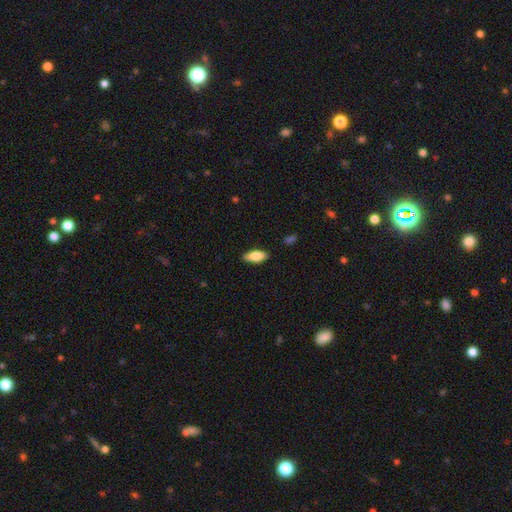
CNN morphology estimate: Q: Smooth or featured?
A: smooth (83%); runner-up: featured or disk (11%)
Q: How rounded?
A: in between (80%); runner-up: cigar-shaped (18%)
Q: Merging?
A: none (85%); runner-up: minor disturbance (11%)